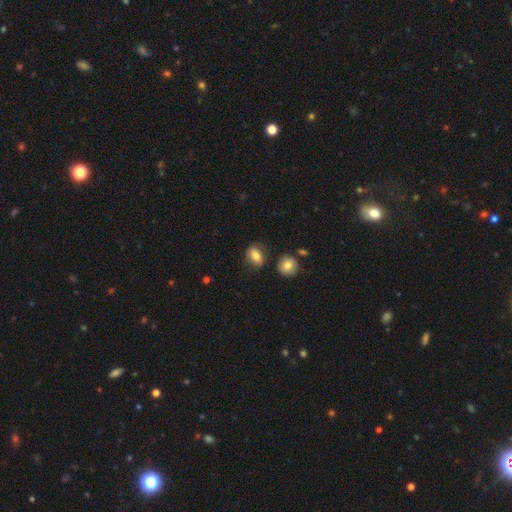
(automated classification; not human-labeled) smooth-or-featured: smooth: 79% | featured or disk: 12% | star or artifact: 9%
  how-rounded: in between: 72% | round: 25% | cigar-shaped: 3%
  merging: none: 75% | minor disturbance: 16% | merger: 5% | major disturbance: 4%